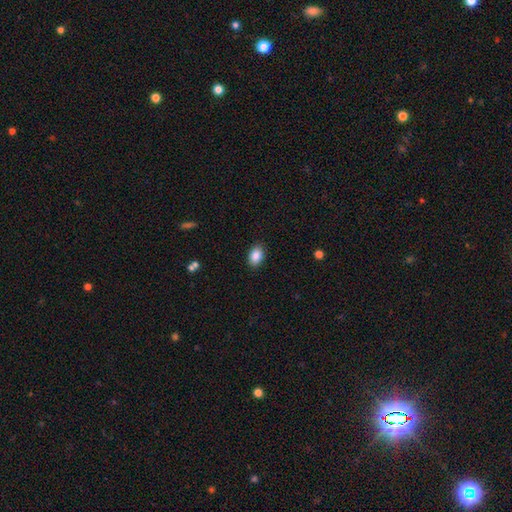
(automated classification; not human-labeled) This appears to be a smooth galaxy with no disk features (88%) that is in between round and cigar-shaped (85%). Merging: none (88%).